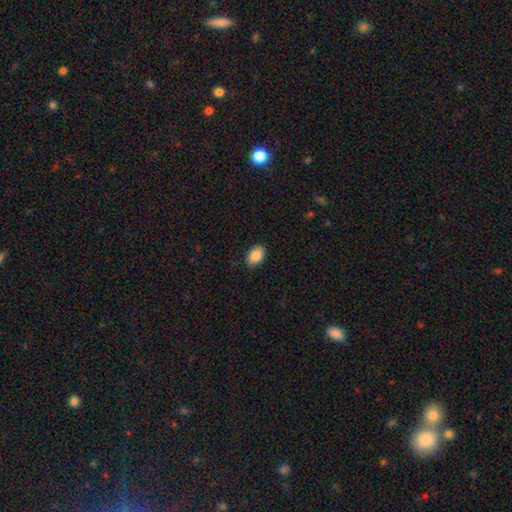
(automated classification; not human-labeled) A smooth galaxy with no disk features (89%) that is in between round and cigar-shaped (91%).

Vote fractions:
- Smooth or featured? smooth: 89% / star or artifact: 7% / featured or disk: 4%
- How rounded? in between: 91% / round: 7% / cigar-shaped: 1%
- Merging? none: 88% / minor disturbance: 9% / major disturbance: 2% / merger: 1%